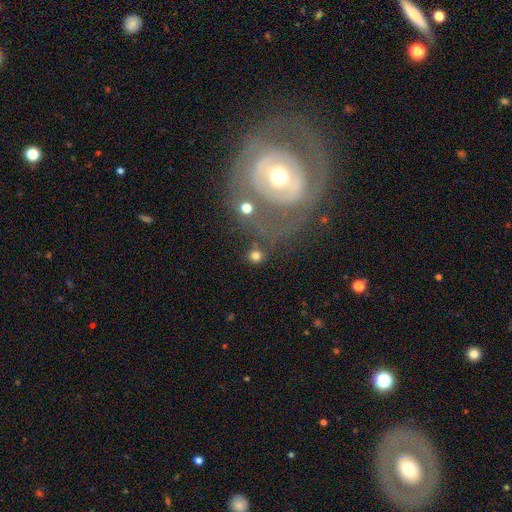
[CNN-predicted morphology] Overall: smooth (74%). How rounded: round (88%). Merging: none (74%).